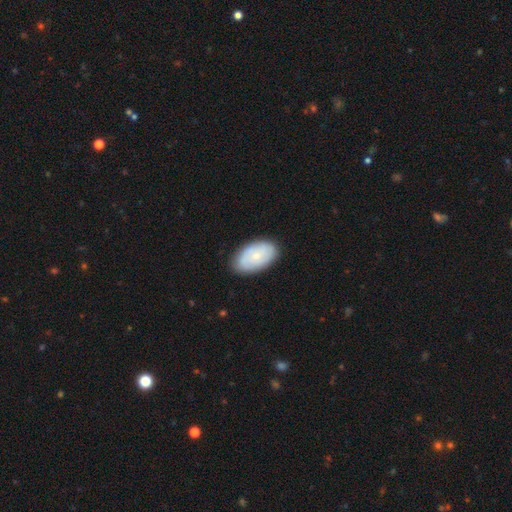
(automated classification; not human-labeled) Overall: smooth (64%; featured or disk 30%). How rounded: in between (94%). Merging: none (82%).